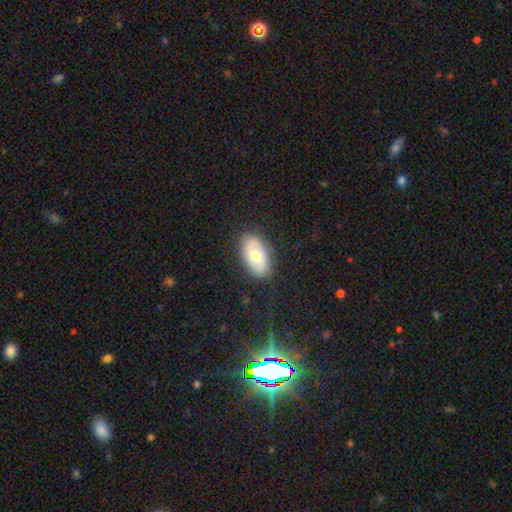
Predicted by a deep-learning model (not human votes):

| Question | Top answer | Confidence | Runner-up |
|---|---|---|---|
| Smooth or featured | smooth | 54% | featured or disk (39%) |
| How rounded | in between | 92% | round (6%) |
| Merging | none | 83% | minor disturbance (12%) |